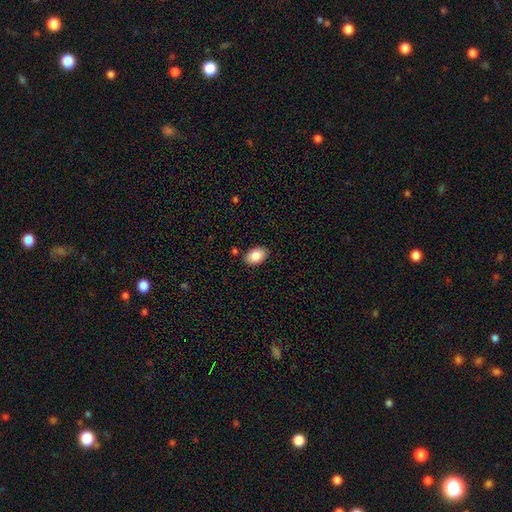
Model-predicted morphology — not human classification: Smooth or featured? smooth (86%)
How rounded? in between (87%)
Merging? none (86%)